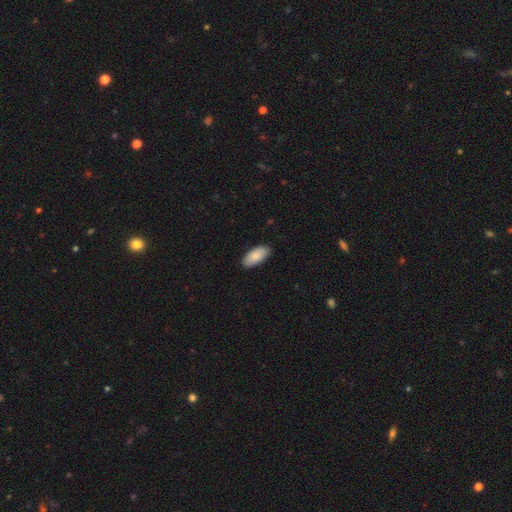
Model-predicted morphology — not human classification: smooth-or-featured: smooth: 87% | featured or disk: 7% | star or artifact: 5%
  how-rounded: in between: 92% | cigar-shaped: 6% | round: 2%
  merging: none: 88% | minor disturbance: 10% | major disturbance: 2% | merger: 1%